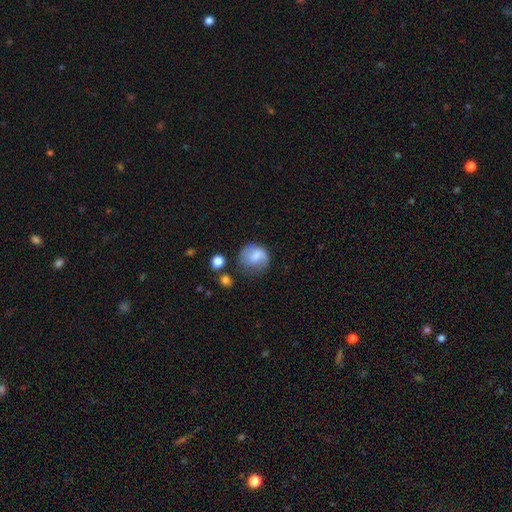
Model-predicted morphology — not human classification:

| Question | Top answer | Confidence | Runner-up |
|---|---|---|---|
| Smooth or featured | smooth | 63% | featured or disk (28%) |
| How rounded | round | 79% | in between (20%) |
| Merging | none | 57% | minor disturbance (26%) |